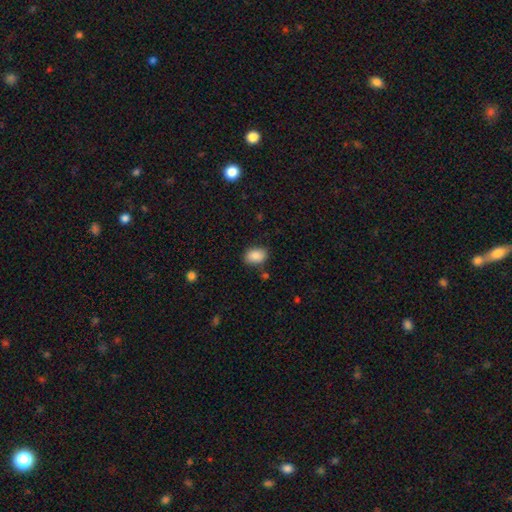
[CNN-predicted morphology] A smooth galaxy with no disk features (87%) that is in between round and cigar-shaped (78%).

Vote fractions:
- Smooth or featured? smooth: 87% / star or artifact: 8% / featured or disk: 5%
- How rounded? in between: 78% / round: 21% / cigar-shaped: 1%
- Merging? none: 81% / minor disturbance: 13% / major disturbance: 3% / merger: 3%